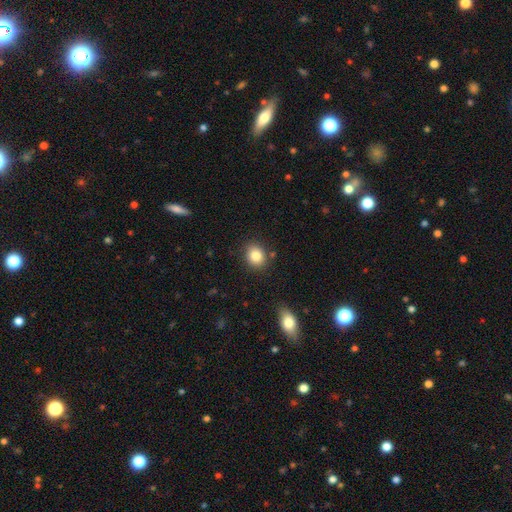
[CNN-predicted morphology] Q: Smooth or featured?
A: smooth (83%); runner-up: star or artifact (10%)
Q: How rounded?
A: round (65%); runner-up: in between (34%)
Q: Merging?
A: none (85%); runner-up: minor disturbance (10%)